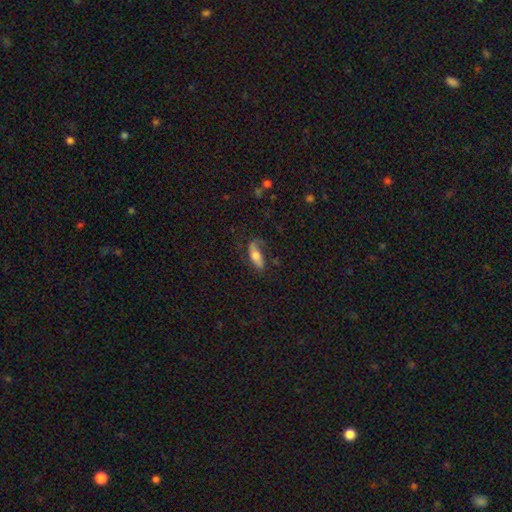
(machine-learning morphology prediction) The model was most divided on "smooth or featured": smooth: 58%, featured or disk: 34%, star or artifact: 7%. More confident: how rounded — in between (66%); merging — none (56%).